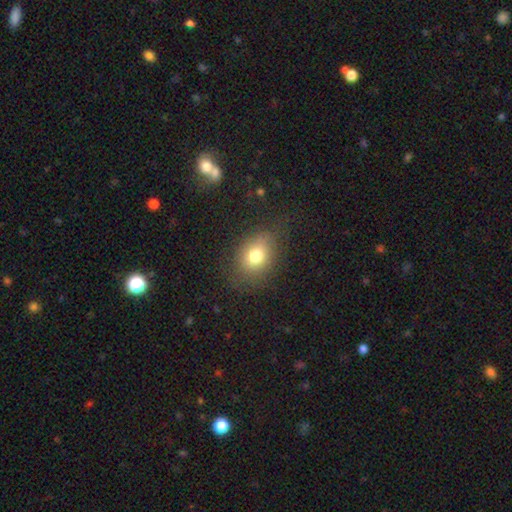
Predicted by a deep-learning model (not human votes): Smooth or featured?
  - smooth: 77% *
  - featured or disk: 12%
  - star or artifact: 11%
How rounded?
  - in between: 63% *
  - round: 36%
  - cigar-shaped: 1%
Merging?
  - none: 75% *
  - minor disturbance: 16%
  - major disturbance: 7%
  - merger: 1%